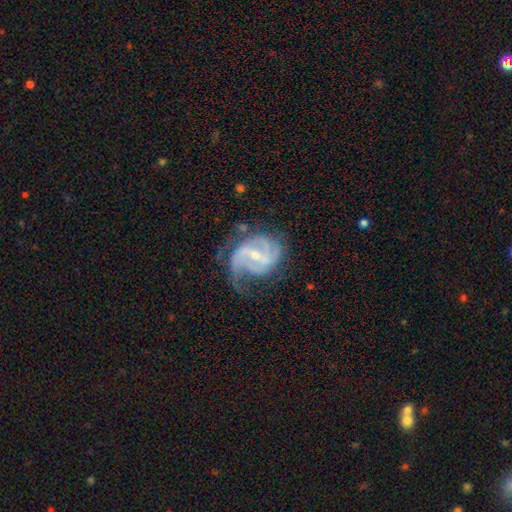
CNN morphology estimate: Smooth or featured? featured or disk (90%)
Edge-on disk? no (98%)
Bar? weak (47%)
Spiral arms? yes (97%)
Spiral winding? medium (48%)
Spiral arm count? 2 (45%)
Bulge size? small (63%)
Merging? none (53%)